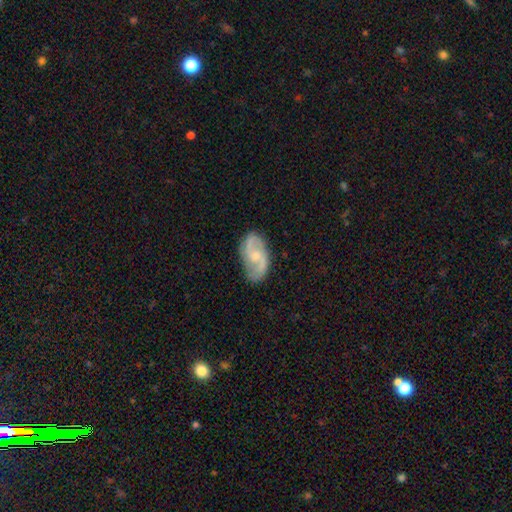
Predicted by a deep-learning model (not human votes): Q: Smooth or featured?
A: featured or disk (78%); runner-up: smooth (16%)
Q: Edge-on disk?
A: no (97%); runner-up: yes (3%)
Q: Bar?
A: no (47%); runner-up: weak (45%)
Q: Spiral arms?
A: yes (95%); runner-up: no (5%)
Q: Spiral winding?
A: medium (44%); runner-up: loose (41%)
Q: Spiral arm count?
A: 2 (90%); runner-up: can't tell (5%)
Q: Bulge size?
A: small (53%); runner-up: moderate (37%)
Q: Merging?
A: none (78%); runner-up: minor disturbance (16%)